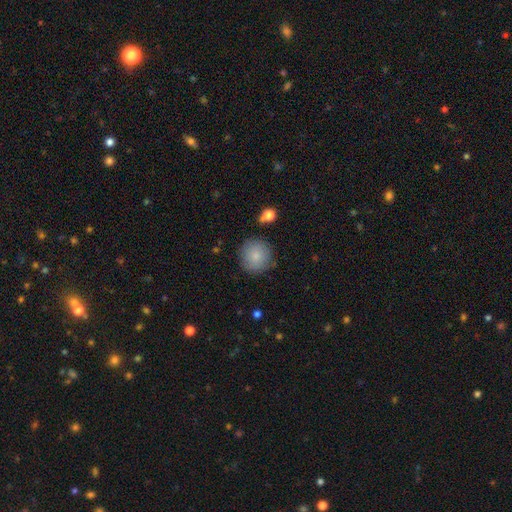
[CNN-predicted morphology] This is clearly a smooth galaxy (84%). How rounded: clearly round (94%). Merging: clearly none (84%).